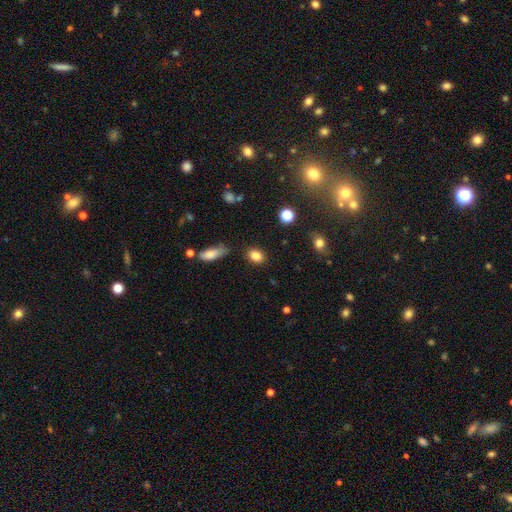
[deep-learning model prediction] A smooth galaxy with no disk features (85%) that is in between round and cigar-shaped (65%).

Vote fractions:
- Smooth or featured? smooth: 85% / star or artifact: 9% / featured or disk: 6%
- How rounded? in between: 65% / round: 33% / cigar-shaped: 2%
- Merging? none: 83% / minor disturbance: 11% / major disturbance: 3% / merger: 3%